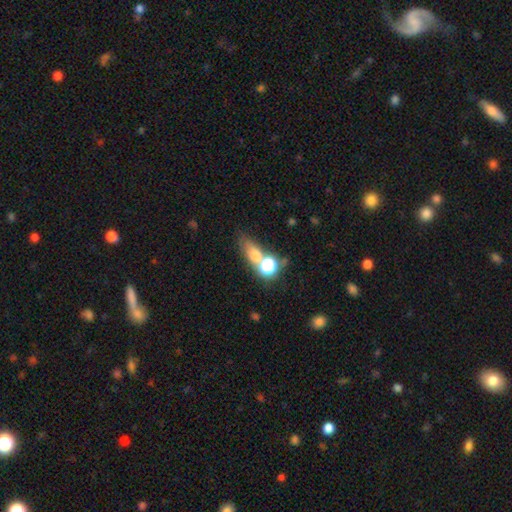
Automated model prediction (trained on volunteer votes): smooth 63%, star or artifact 22%, featured or disk 16%. Down the decision tree: how rounded — in between (53%); merging — none (43%).